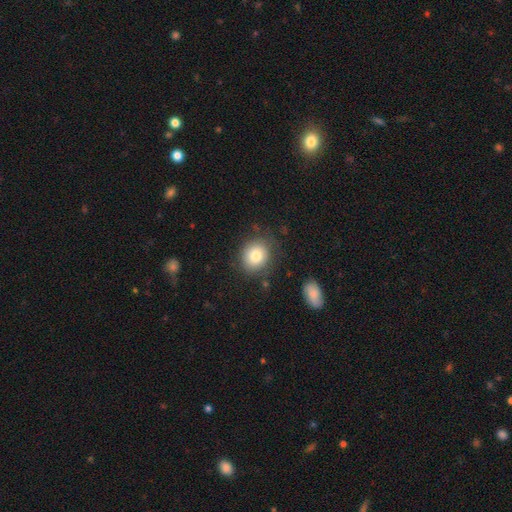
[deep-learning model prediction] smooth 81%, featured or disk 10%, star or artifact 9%. Down the decision tree: how rounded — round (74%); merging — none (81%).